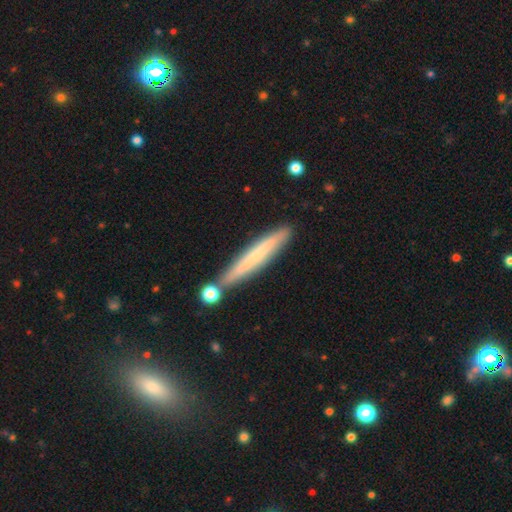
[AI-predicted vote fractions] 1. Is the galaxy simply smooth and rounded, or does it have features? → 59% smooth, 34% featured or disk, 7% star or artifact.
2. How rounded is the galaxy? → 95% cigar-shaped, 3% in between, 1% round.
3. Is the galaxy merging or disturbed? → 80% none, 11% minor disturbance, 6% merger, 2% major disturbance.